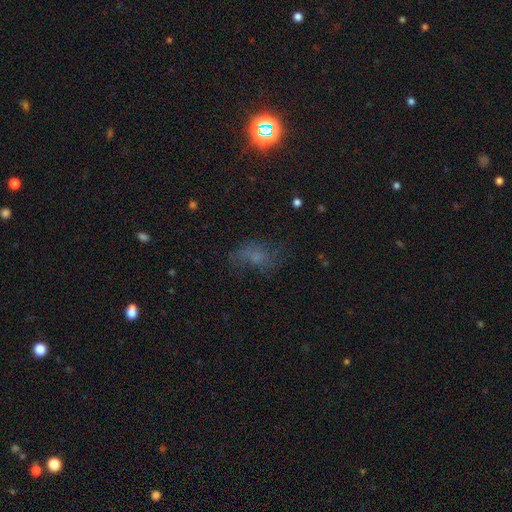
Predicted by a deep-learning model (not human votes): smooth 47%, star or artifact 27%, featured or disk 26%. Down the decision tree: merging — none (49%).